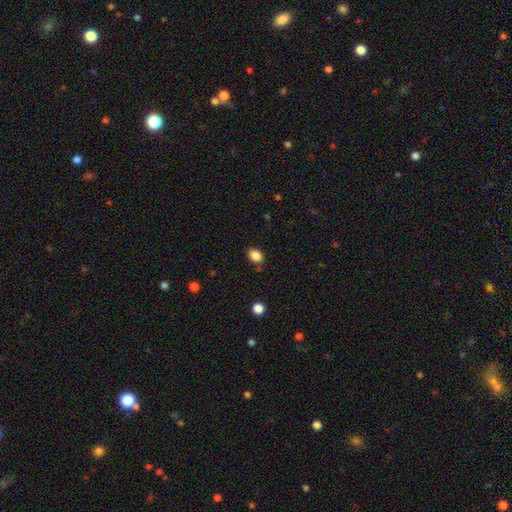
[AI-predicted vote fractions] The model was most divided on "how rounded": in between: 71%, round: 28%, cigar-shaped: 1%. More confident: smooth or featured — smooth (86%); merging — none (82%).